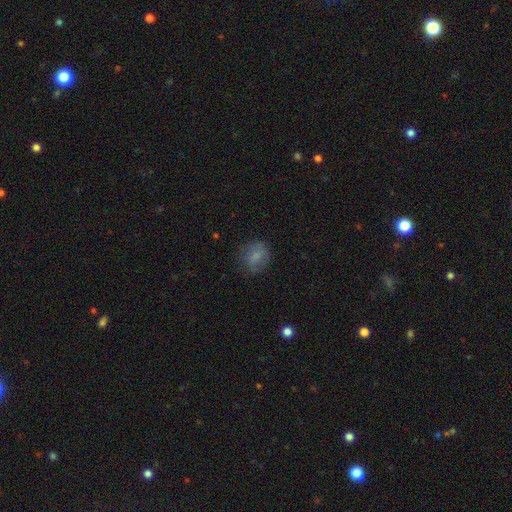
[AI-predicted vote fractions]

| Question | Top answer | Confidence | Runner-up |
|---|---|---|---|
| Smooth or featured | smooth | 76% | featured or disk (14%) |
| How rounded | round | 63% | in between (36%) |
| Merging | none | 71% | minor disturbance (19%) |